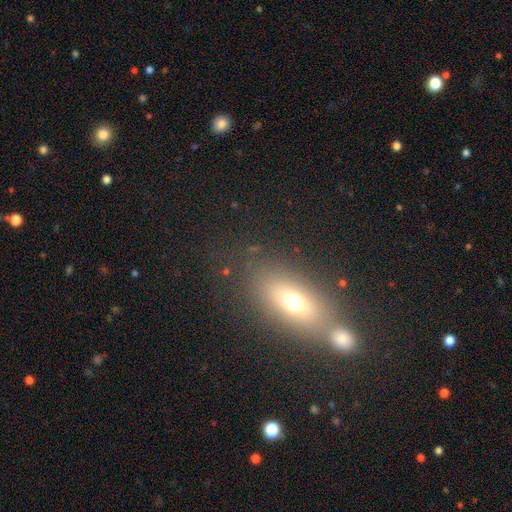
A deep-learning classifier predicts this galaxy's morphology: smooth-or-featured: smooth: 57% | featured or disk: 25% | star or artifact: 19%
  how-rounded: in between: 69% | cigar-shaped: 21% | round: 10%
  merging: none: 59% | merger: 25% | minor disturbance: 11% | major disturbance: 5%